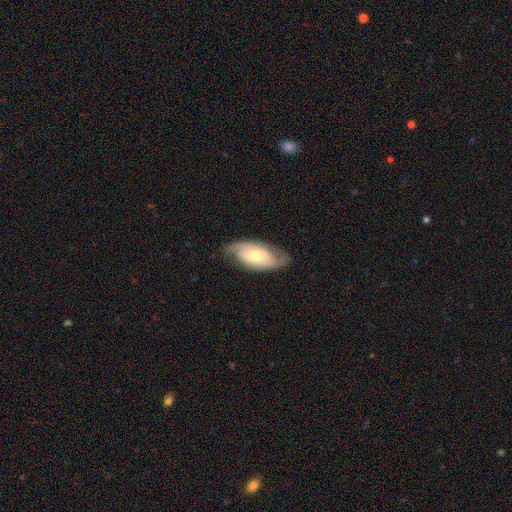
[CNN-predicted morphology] type=featured or disk (70%); edge-on=no (92%); bar=no (54%); spiral arms=yes (88%); winding=medium (44%); arm count=2 (81%); bulge=small (47%); merging=none (76%).